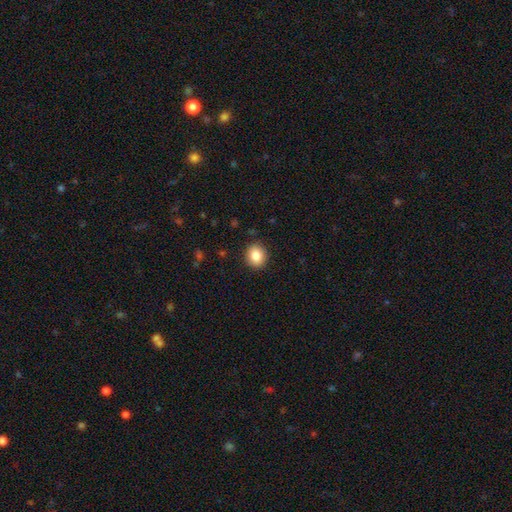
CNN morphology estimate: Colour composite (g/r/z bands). It shows a smooth galaxy with no disk features (85%) that is round (72%). Merging: none (91%).